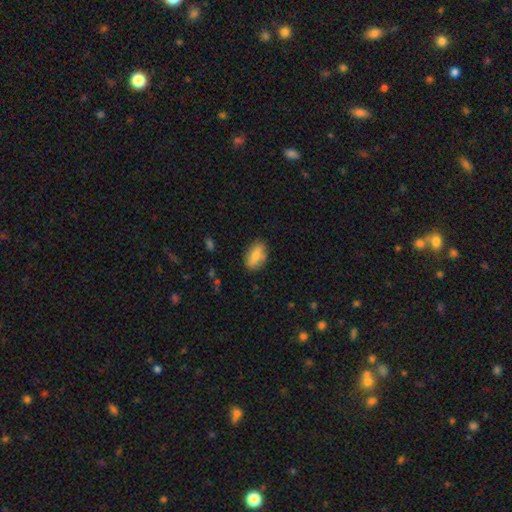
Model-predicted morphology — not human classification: Smooth or featured? Predicted: smooth (p=0.76). How rounded? Predicted: in between (p=0.89). Merging? Predicted: none (p=0.79).